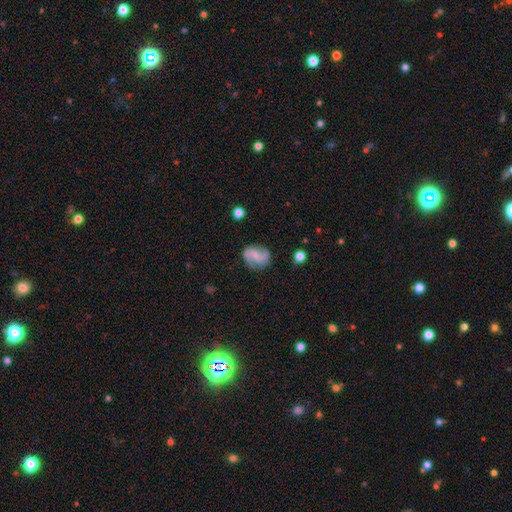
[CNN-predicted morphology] featured or disk 80%, smooth 14%, star or artifact 6%. Down the decision tree: edge-on disk — no (98%); bar — weak (47%); spiral arms — yes (96%); spiral arm count — 2 (91%); spiral winding — medium (44%); bulge size — small (47%); merging — none (78%).